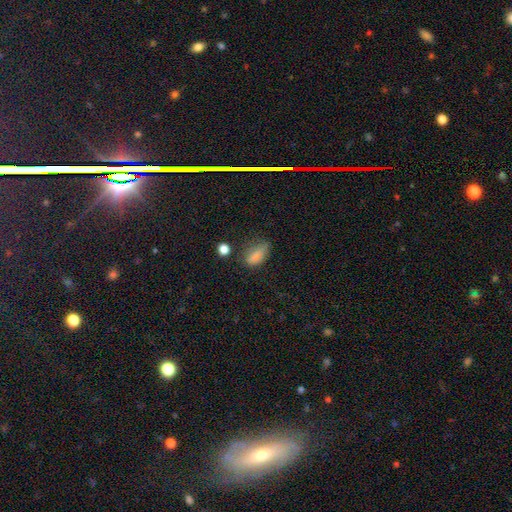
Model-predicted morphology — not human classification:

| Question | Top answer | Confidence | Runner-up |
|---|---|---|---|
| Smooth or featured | smooth | 80% | star or artifact (11%) |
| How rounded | in between | 84% | cigar-shaped (9%) |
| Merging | none | 43% | minor disturbance (37%) |